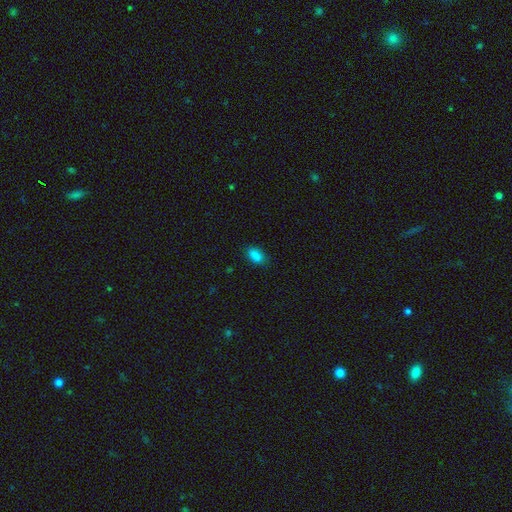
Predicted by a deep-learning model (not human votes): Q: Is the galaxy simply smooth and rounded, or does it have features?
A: smooth — 85%.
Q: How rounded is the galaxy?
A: in between — 88%.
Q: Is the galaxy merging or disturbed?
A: none — 81%.